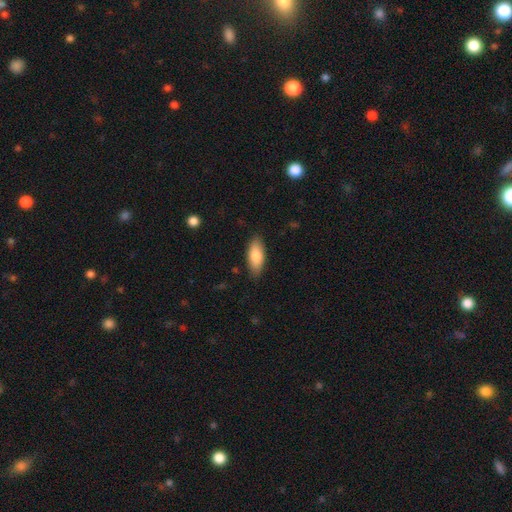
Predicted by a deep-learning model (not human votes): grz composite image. It shows a smooth galaxy with no disk features (82%) that is in between round and cigar-shaped (81%). Merging: none (85%).